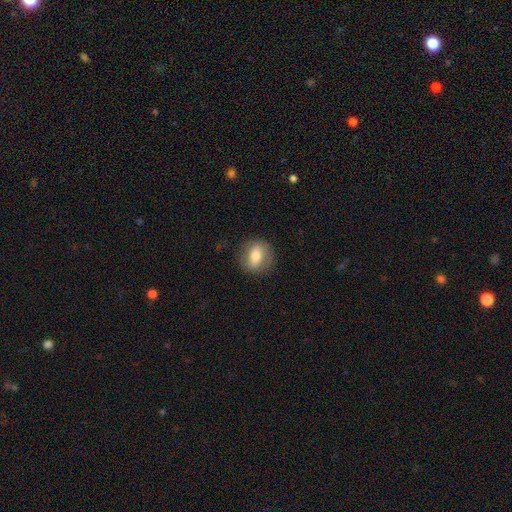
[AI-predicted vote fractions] smooth 63%, featured or disk 29%, star or artifact 8%. Down the decision tree: how rounded — round (70%); merging — none (84%).